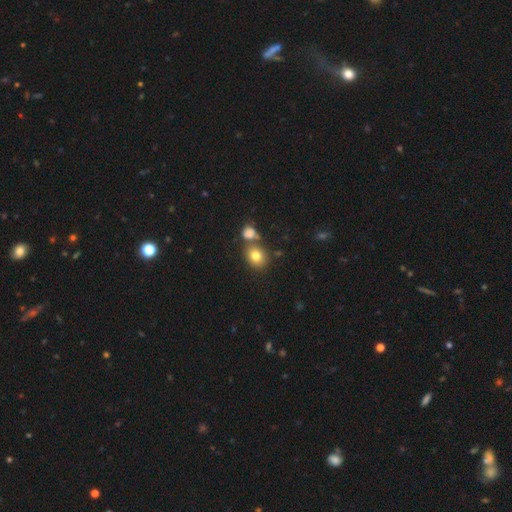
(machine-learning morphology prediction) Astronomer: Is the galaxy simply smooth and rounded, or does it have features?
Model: smooth — 80%.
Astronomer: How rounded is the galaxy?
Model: round — 61% (runner-up: in between, 38%).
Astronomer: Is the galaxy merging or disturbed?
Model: none — 57%.